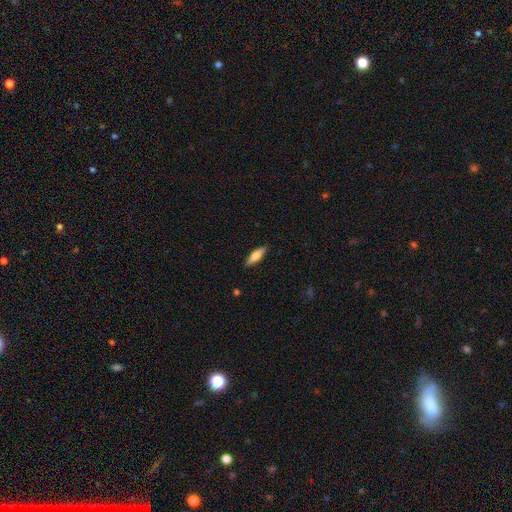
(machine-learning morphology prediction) This is likely a smooth galaxy (62%). How rounded: possibly cigar-shaped (57%). Merging: clearly none (88%).